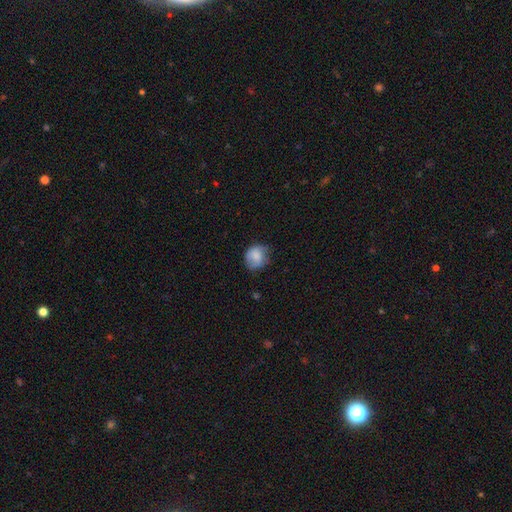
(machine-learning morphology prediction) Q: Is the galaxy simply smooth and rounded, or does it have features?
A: smooth — 79%.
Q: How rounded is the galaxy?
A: round — 74%.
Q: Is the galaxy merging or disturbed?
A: none — 58%.